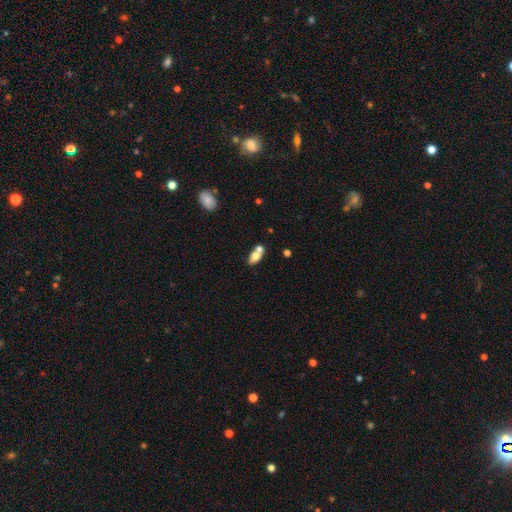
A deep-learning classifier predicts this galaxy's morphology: Smooth or featured? Predicted: smooth (p=0.72). How rounded? Predicted: in between (p=0.84). Merging? Predicted: merger (p=0.48).